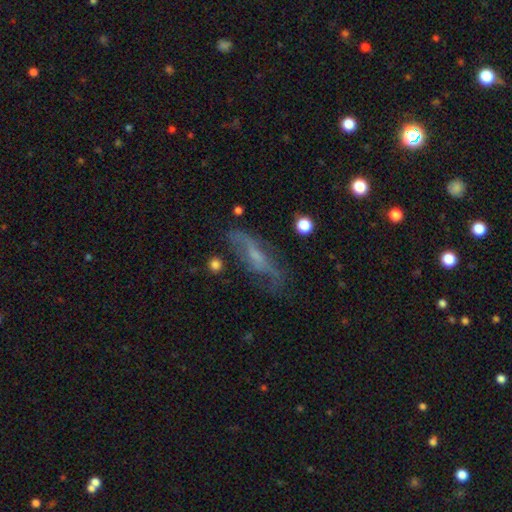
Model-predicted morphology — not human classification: Smooth or featured? Predicted: featured or disk (p=0.56). Edge-on disk? Predicted: no (p=0.60). Merging? Predicted: none (p=0.67).